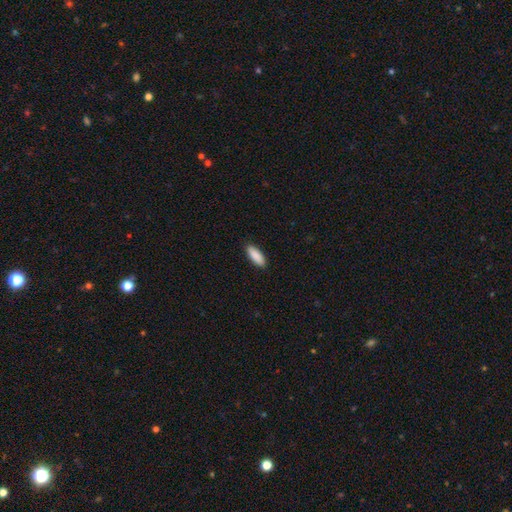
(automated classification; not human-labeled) Smooth or featured? Predicted: smooth (p=0.90). How rounded? Predicted: in between (p=0.70). Merging? Predicted: none (p=0.90).